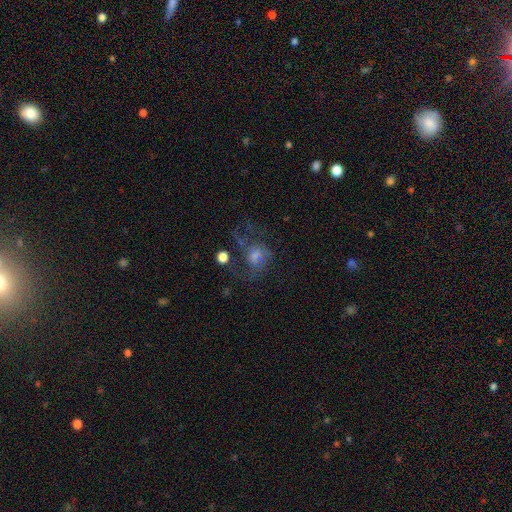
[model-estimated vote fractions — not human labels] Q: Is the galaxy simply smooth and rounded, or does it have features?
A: featured or disk — 47%.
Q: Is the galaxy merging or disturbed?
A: none — 39%.